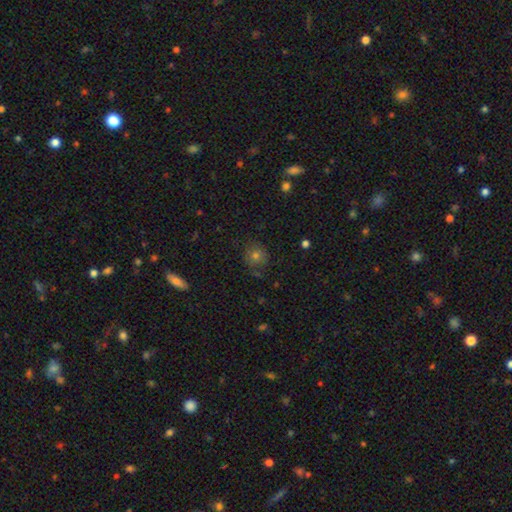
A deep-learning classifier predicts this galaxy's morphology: smooth 69%, star or artifact 18%, featured or disk 13%. Down the decision tree: how rounded — round (88%); merging — none (81%).